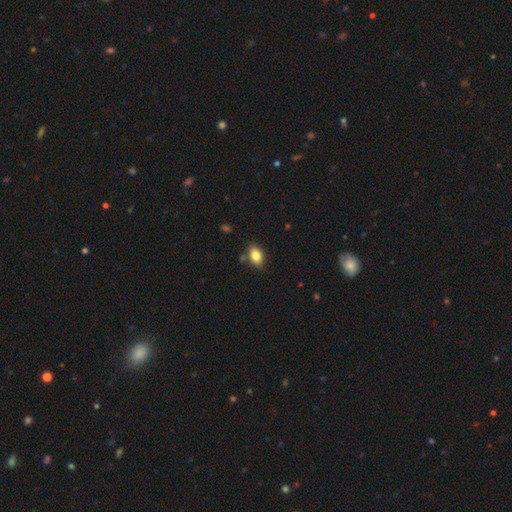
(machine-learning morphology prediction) A smooth galaxy with no disk features (83%) that is in between round and cigar-shaped (84%).

Vote fractions:
- Smooth or featured? smooth: 83% / star or artifact: 9% / featured or disk: 8%
- How rounded? in between: 84% / round: 14% / cigar-shaped: 2%
- Merging? none: 81% / minor disturbance: 13% / merger: 4% / major disturbance: 3%